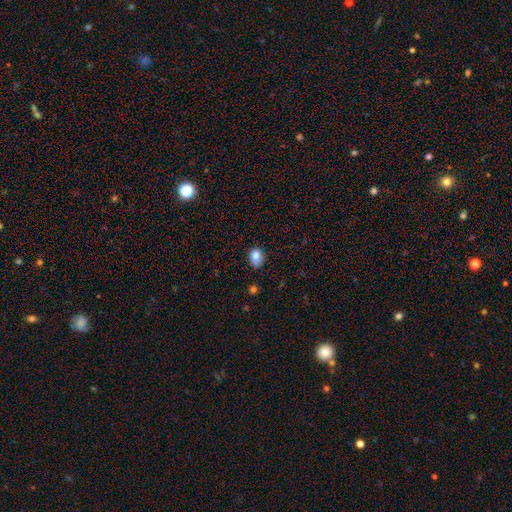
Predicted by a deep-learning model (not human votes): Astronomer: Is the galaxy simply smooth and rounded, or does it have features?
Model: smooth — 79%.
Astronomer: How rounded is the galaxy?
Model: in between — 55% (runner-up: round, 44%).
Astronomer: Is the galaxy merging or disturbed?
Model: none — 54% (runner-up: minor disturbance, 34%).